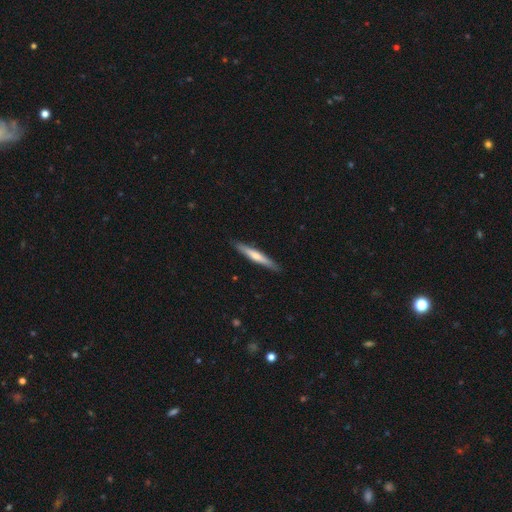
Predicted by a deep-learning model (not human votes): smooth_or_featured: smooth (p=0.51) [alt: featured or disk p=0.44]
how_rounded: cigar-shaped (p=0.94) [alt: in between p=0.05]
merging: none (p=0.90) [alt: minor disturbance p=0.08]